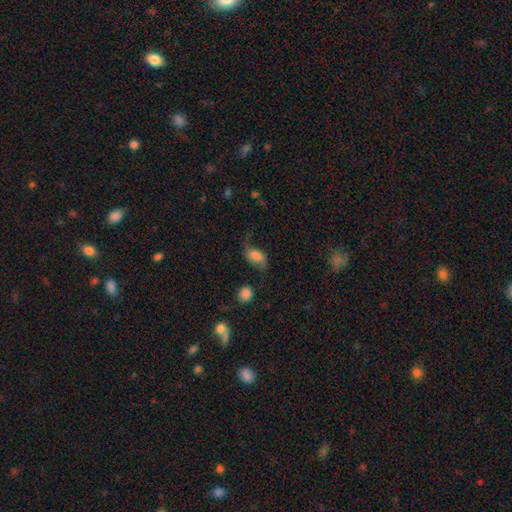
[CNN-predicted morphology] Overall: smooth (49%; featured or disk 40%). Merging: none (52%; minor disturbance 24%).